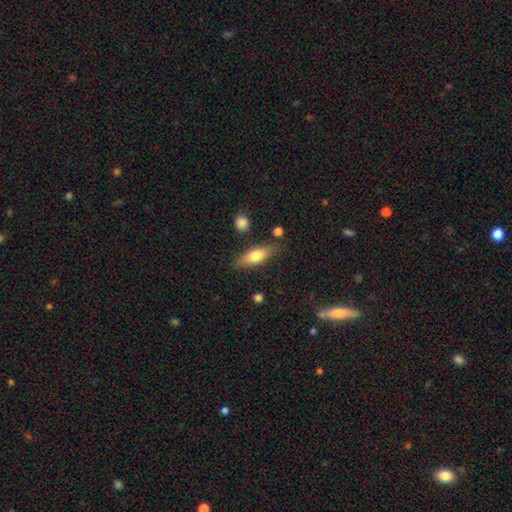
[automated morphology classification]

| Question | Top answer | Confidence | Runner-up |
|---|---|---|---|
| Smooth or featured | smooth | 65% | featured or disk (29%) |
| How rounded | in between | 63% | cigar-shaped (33%) |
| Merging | none | 76% | minor disturbance (16%) |